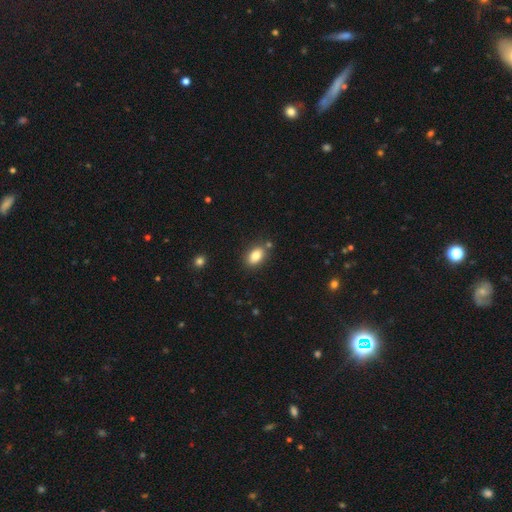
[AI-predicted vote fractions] Smooth or featured? Predicted: smooth (p=0.84). How rounded? Predicted: in between (p=0.88). Merging? Predicted: none (p=0.79).